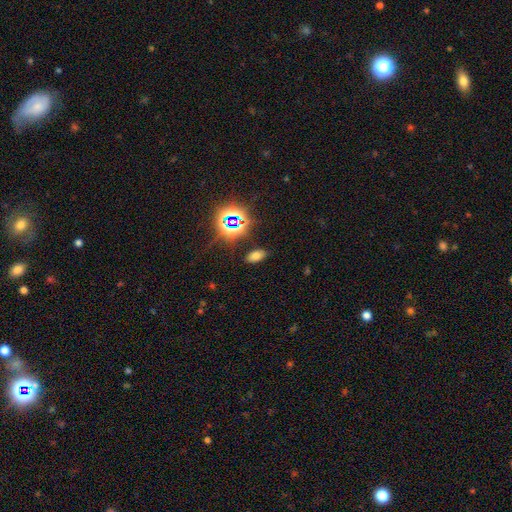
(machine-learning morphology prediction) Smooth or featured? smooth (64%)
How rounded? in between (89%)
Merging? none (86%)